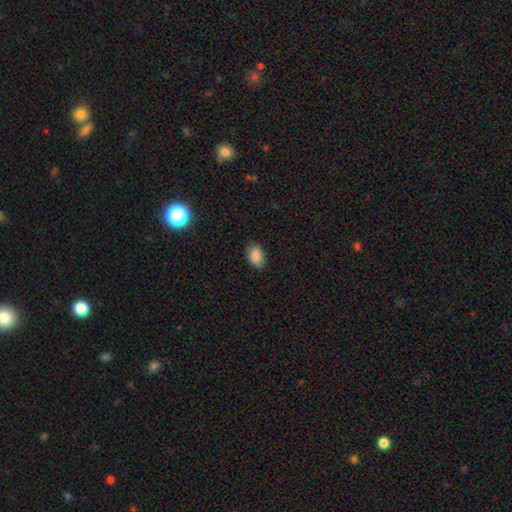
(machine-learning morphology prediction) Overall: smooth (86%). How rounded: in between (85%). Merging: none (78%).